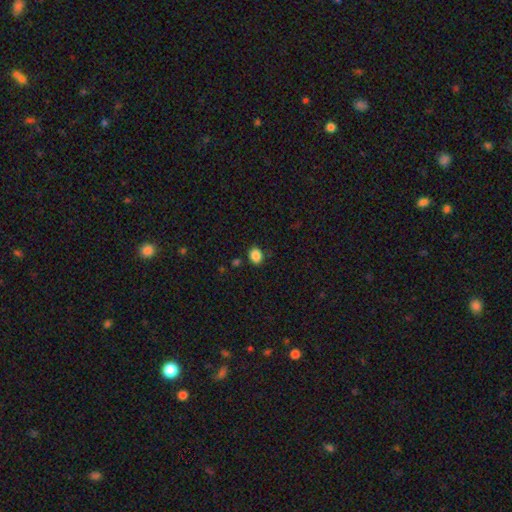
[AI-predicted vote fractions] Smooth or featured? Predicted: smooth (p=0.87). How rounded? Predicted: round (p=0.53). Merging? Predicted: none (p=0.86).